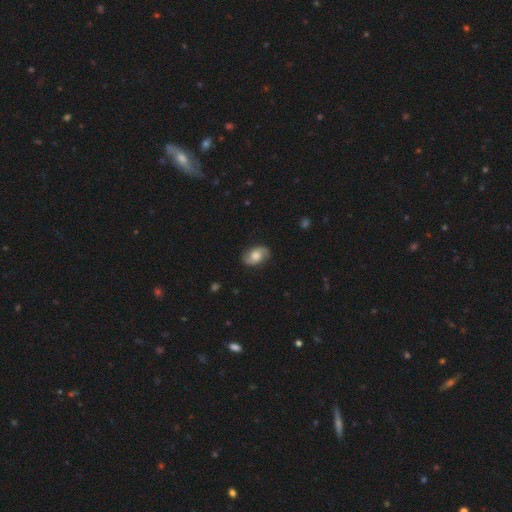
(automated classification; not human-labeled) This is likely a featured or disk galaxy (65%). It is clearly not viewed edge-on (97%). Bar: likely no (65%). Spiral arm pattern: clearly yes (92%). Spiral arm count: clearly 2 (92%). Spiral winding: marginally medium (44%). Central bulge: possibly moderate (50%). Merging: clearly none (83%).